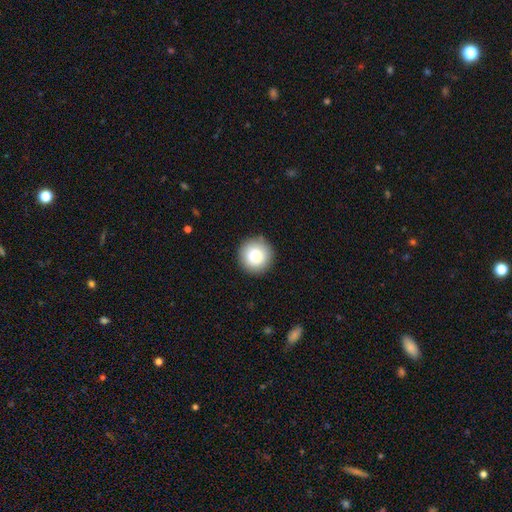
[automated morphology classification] Overall: smooth (83%). How rounded: round (96%). Merging: none (90%).